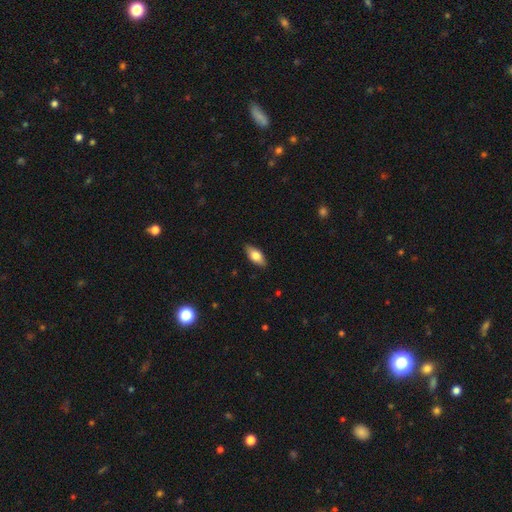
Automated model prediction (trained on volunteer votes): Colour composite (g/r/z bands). It shows a smooth galaxy with no disk features (74%) that is in between round and cigar-shaped (87%). Merging: none (86%).